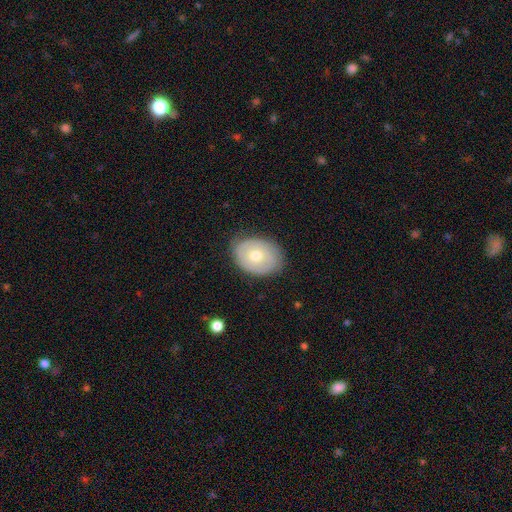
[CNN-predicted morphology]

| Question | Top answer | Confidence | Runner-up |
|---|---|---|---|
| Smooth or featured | smooth | 48% | featured or disk (45%) |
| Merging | none | 79% | minor disturbance (16%) |